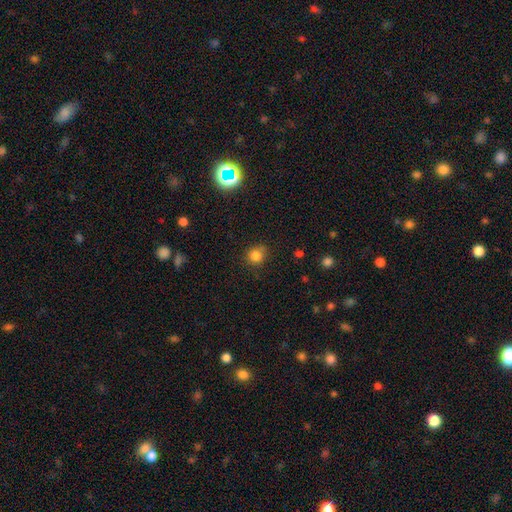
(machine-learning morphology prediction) smooth_or_featured: smooth (p=0.82) [alt: star or artifact p=0.13]
how_rounded: round (p=0.86) [alt: in between p=0.13]
merging: none (p=0.75) [alt: minor disturbance p=0.18]